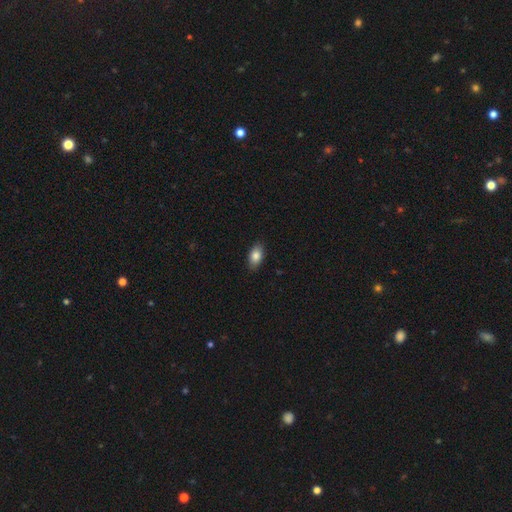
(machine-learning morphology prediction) Smooth or featured? Predicted: smooth (p=0.84). How rounded? Predicted: in between (p=0.90). Merging? Predicted: none (p=0.87).